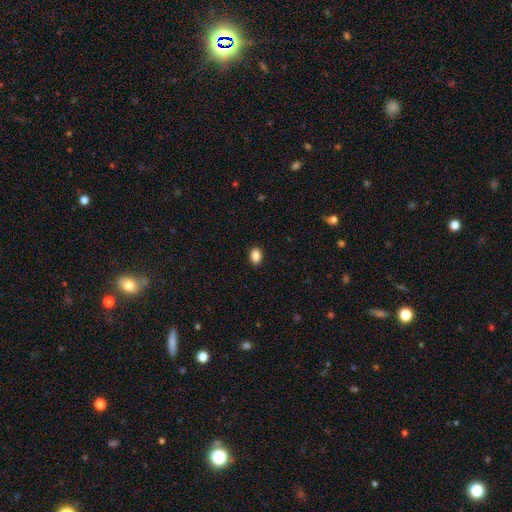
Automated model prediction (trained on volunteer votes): Q: Smooth or featured?
A: smooth (88%); runner-up: star or artifact (8%)
Q: How rounded?
A: in between (78%); runner-up: round (21%)
Q: Merging?
A: none (90%); runner-up: minor disturbance (7%)